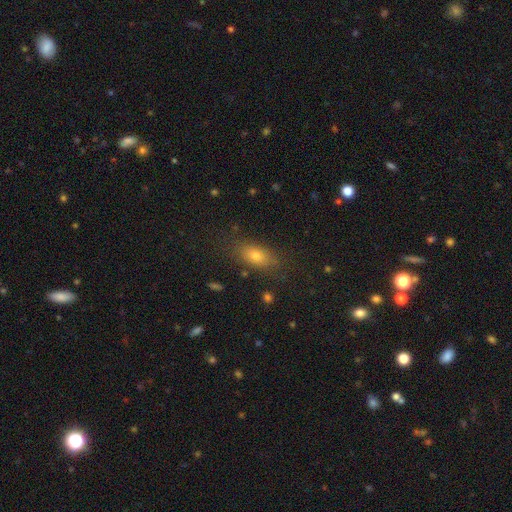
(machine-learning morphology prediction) smooth_or_featured: smooth (p=0.73) [alt: featured or disk p=0.13]
how_rounded: in between (p=0.77) [alt: cigar-shaped p=0.13]
merging: none (p=0.81) [alt: minor disturbance p=0.13]